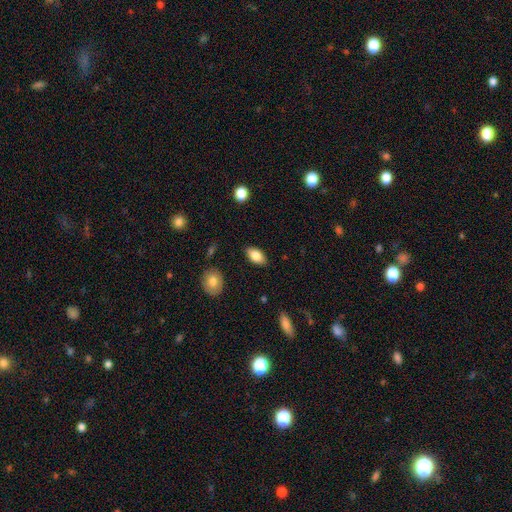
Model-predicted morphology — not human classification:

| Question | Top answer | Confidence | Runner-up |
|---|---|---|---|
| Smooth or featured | smooth | 83% | featured or disk (10%) |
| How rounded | in between | 92% | round (4%) |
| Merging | none | 87% | minor disturbance (9%) |